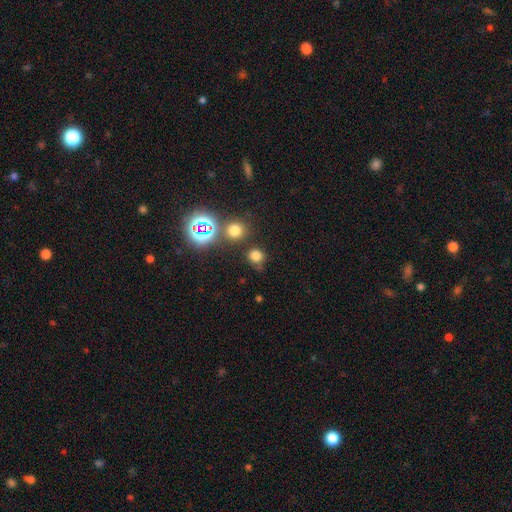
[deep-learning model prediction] This is likely a smooth galaxy (70%). How rounded: clearly round (87%). Merging: likely none (74%).